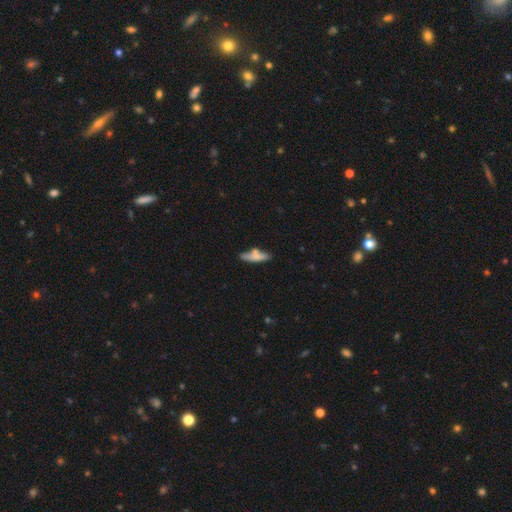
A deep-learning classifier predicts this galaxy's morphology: Smooth or featured? smooth (69%)
How rounded? cigar-shaped (67%)
Merging? none (64%)